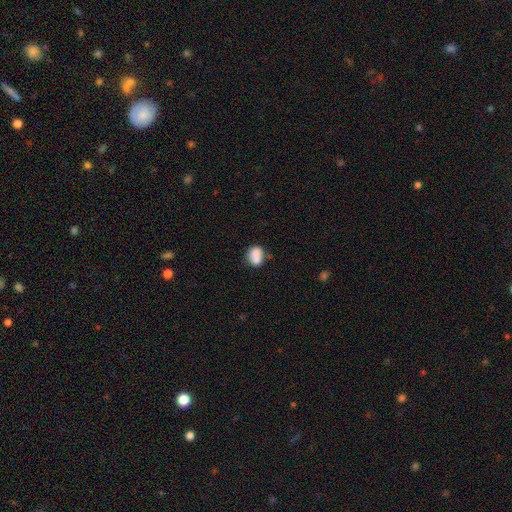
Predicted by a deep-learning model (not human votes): Smooth or featured? smooth (78%)
How rounded? in between (50%)
Merging? none (41%)